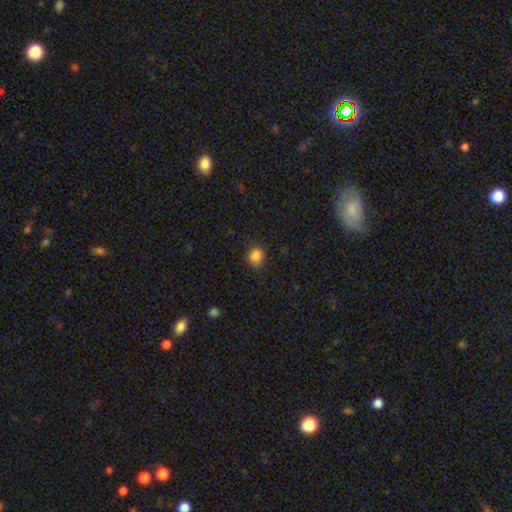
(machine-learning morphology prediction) Q: Smooth or featured?
A: smooth (84%); runner-up: star or artifact (12%)
Q: How rounded?
A: round (77%); runner-up: in between (22%)
Q: Merging?
A: none (81%); runner-up: minor disturbance (14%)